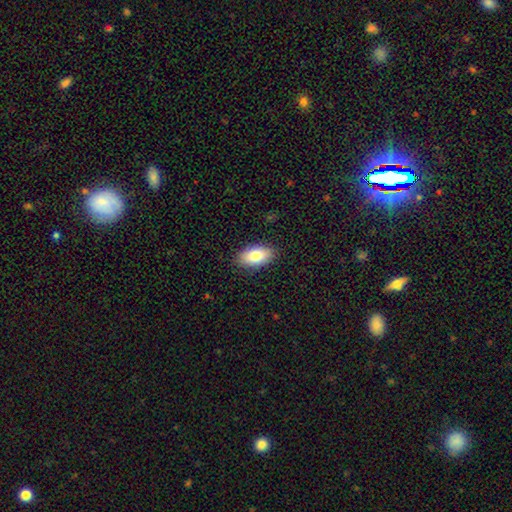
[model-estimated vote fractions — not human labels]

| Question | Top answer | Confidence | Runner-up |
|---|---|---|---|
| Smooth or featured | smooth | 81% | featured or disk (12%) |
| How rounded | in between | 93% | round (4%) |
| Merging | none | 88% | minor disturbance (9%) |